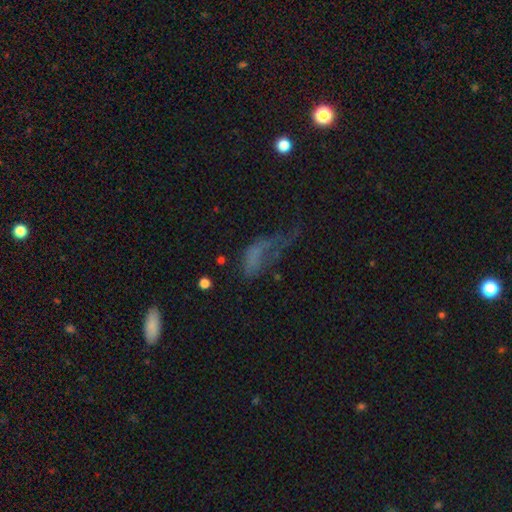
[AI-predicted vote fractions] smooth-or-featured: smooth: 44% | featured or disk: 35% | star or artifact: 21%
  merging: major disturbance: 56% | none: 21% | minor disturbance: 15% | merger: 7%